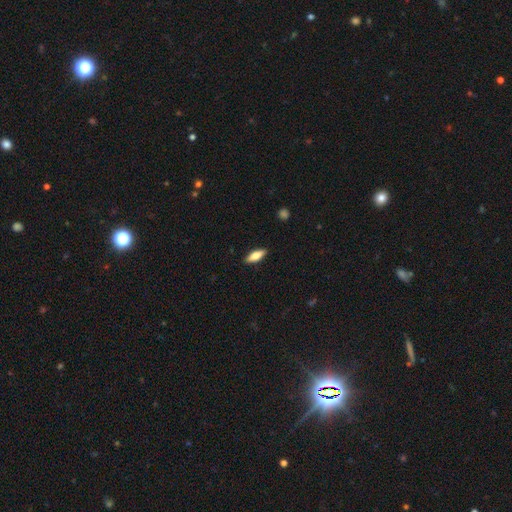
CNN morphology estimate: Smooth or featured: smooth — 72% (featured or disk — 22%)
How rounded: in between — 63% (cigar-shaped — 34%)
Merging: none — 89% (minor disturbance — 8%)